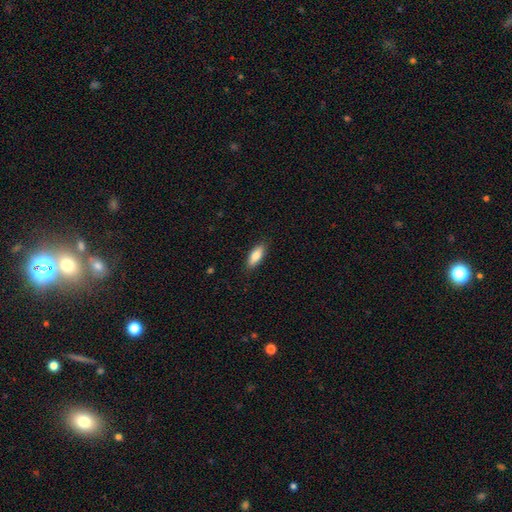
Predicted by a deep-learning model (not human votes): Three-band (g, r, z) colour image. It shows a smooth galaxy with no disk features (84%) that is in between round and cigar-shaped (70%). Merging: none (87%).